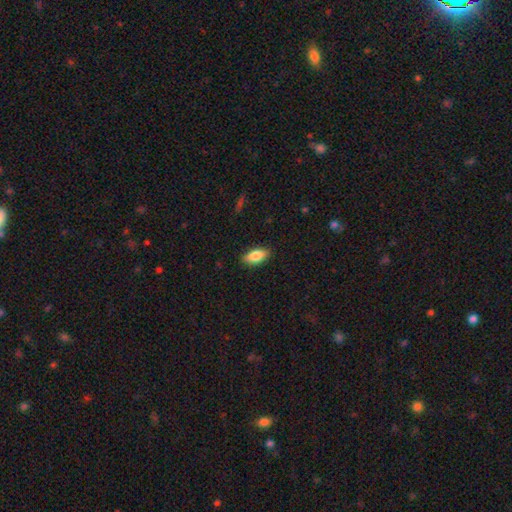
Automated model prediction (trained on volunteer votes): Smooth or featured: smooth — 82% (featured or disk — 12%)
How rounded: in between — 85% (cigar-shaped — 12%)
Merging: none — 87% (minor disturbance — 10%)